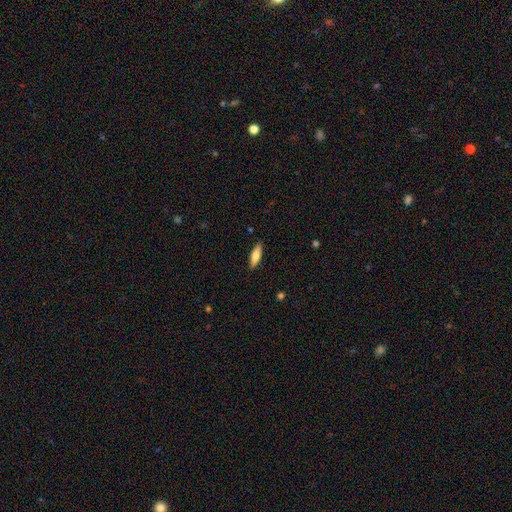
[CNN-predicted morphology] Smooth or featured: smooth — 70% (featured or disk — 24%)
How rounded: cigar-shaped — 51% (in between — 47%)
Merging: none — 88% (minor disturbance — 9%)